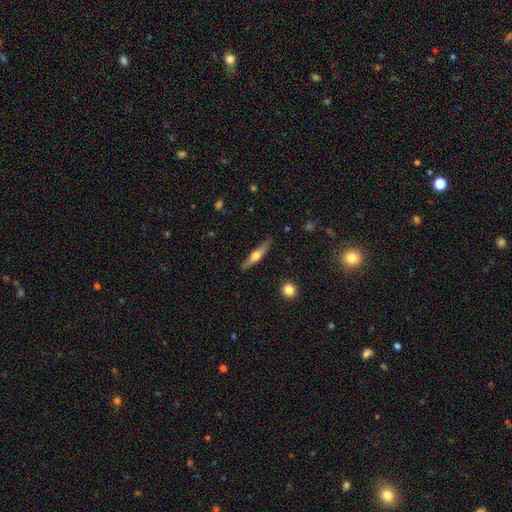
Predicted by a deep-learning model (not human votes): smooth_or_featured: featured or disk (p=0.50) [alt: smooth p=0.44]
disk_edge_on: yes (p=0.93) [alt: no p=0.07]
merging: none (p=0.84) [alt: minor disturbance p=0.12]